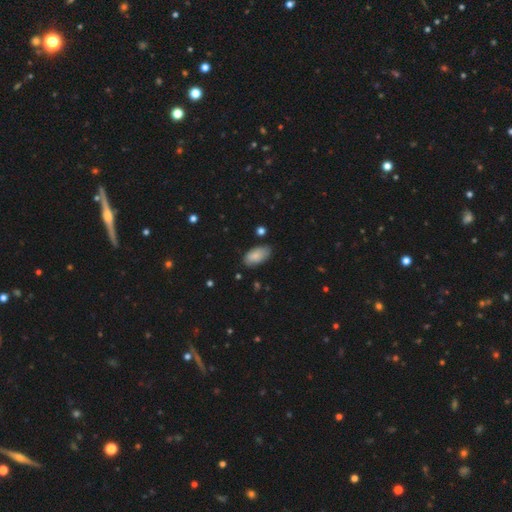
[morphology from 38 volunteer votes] Smooth or featured: smooth — 84% (featured or disk — 11%)
How rounded: in between — 94% (round — 3%)
Merging: none — 83% (minor disturbance — 14%)